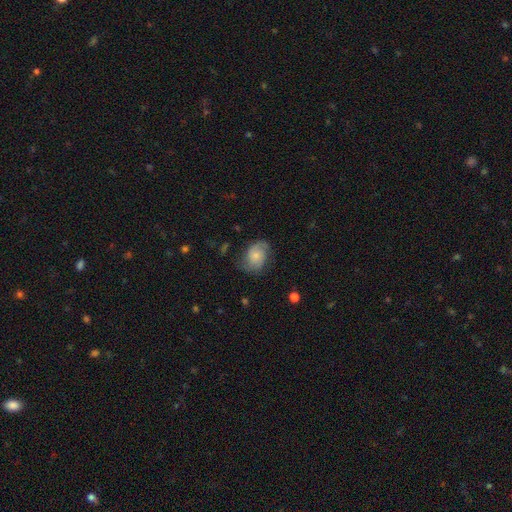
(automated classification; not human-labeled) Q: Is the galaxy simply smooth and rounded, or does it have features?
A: featured or disk — 49%.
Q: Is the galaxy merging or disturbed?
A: none — 62%.